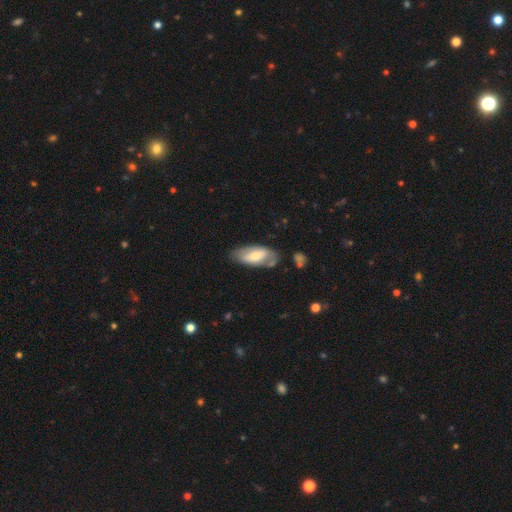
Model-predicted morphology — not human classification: smooth_or_featured: smooth (p=0.53) [alt: featured or disk p=0.41]
how_rounded: in between (p=0.89) [alt: cigar-shaped p=0.09]
merging: none (p=0.67) [alt: minor disturbance p=0.22]